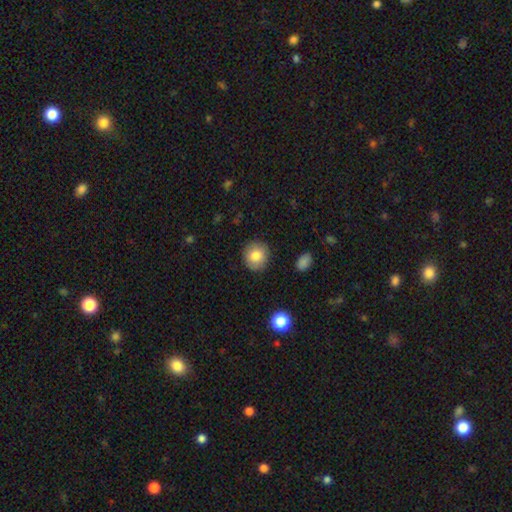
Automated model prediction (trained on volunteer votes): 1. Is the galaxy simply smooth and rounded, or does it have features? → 81% smooth, 10% featured or disk, 9% star or artifact.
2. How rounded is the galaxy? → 85% round, 14% in between, 1% cigar-shaped.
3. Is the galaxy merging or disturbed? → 89% none, 8% minor disturbance, 2% major disturbance, 1% merger.